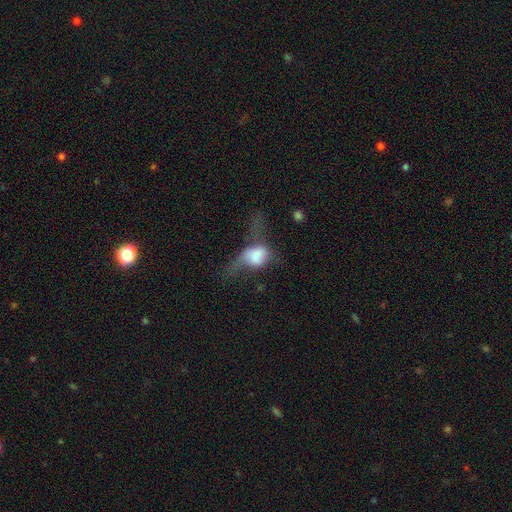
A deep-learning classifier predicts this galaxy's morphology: smooth_or_featured: smooth (p=0.59) [alt: featured or disk p=0.31]
how_rounded: in between (p=0.68) [alt: round p=0.28]
merging: major disturbance (p=0.54) [alt: minor disturbance p=0.17]